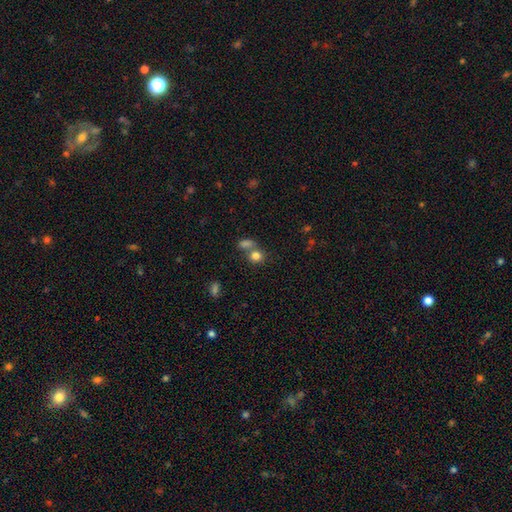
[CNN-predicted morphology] A smooth galaxy with no disk features (81%) that is round (73%).

Vote fractions:
- Smooth or featured? smooth: 81% / star or artifact: 12% / featured or disk: 8%
- How rounded? round: 73% / in between: 26% / cigar-shaped: 1%
- Merging? none: 48% / merger: 38% / minor disturbance: 9% / major disturbance: 5%